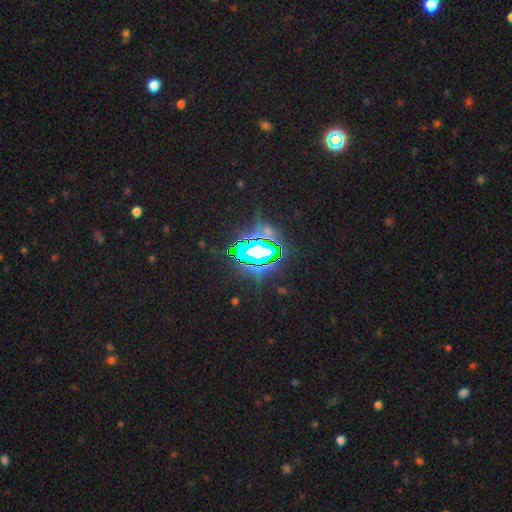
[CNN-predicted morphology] smooth-or-featured: star or artifact: 79% | featured or disk: 11% | smooth: 11%